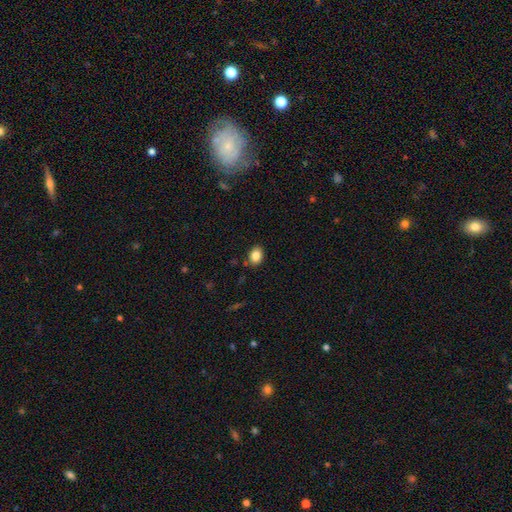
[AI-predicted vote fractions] Morphology: type=smooth (85%); roundness=in between (69%); merging=none (86%).